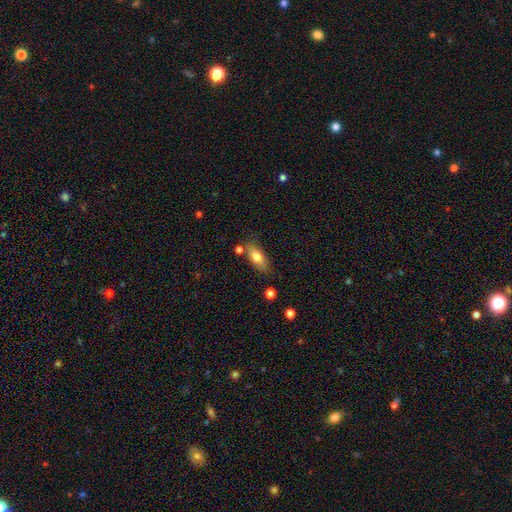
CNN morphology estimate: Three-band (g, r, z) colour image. It shows a smooth galaxy with no disk features (75%) that is in between round and cigar-shaped (81%). Merging: none (76%).